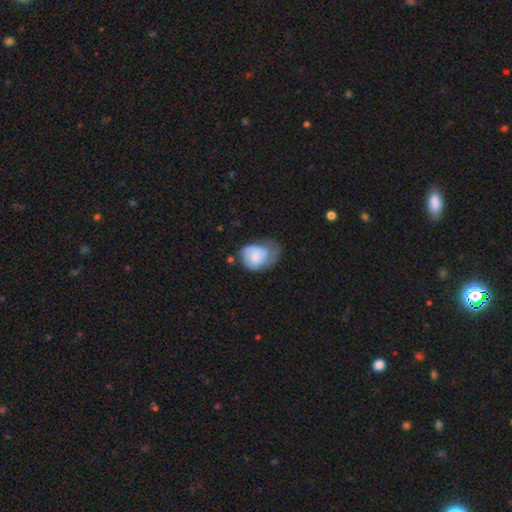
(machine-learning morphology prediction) smooth_or_featured: smooth (p=0.59) [alt: featured or disk p=0.34]
how_rounded: in between (p=0.62) [alt: round p=0.37]
merging: minor disturbance (p=0.38) [alt: major disturbance p=0.34]